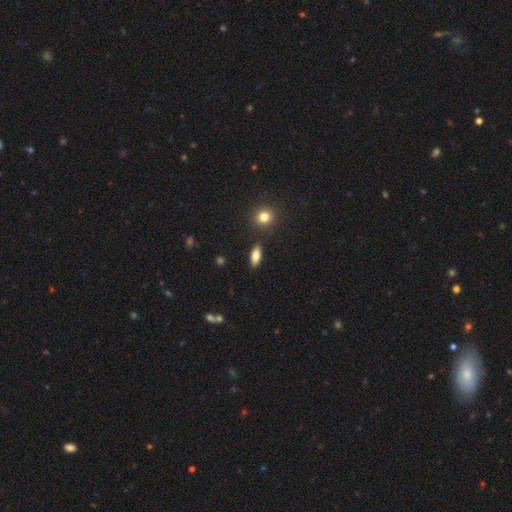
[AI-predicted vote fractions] smooth-or-featured: smooth: 82% | featured or disk: 10% | star or artifact: 8%
  how-rounded: in between: 77% | cigar-shaped: 19% | round: 4%
  merging: none: 86% | minor disturbance: 9% | merger: 3% | major disturbance: 2%